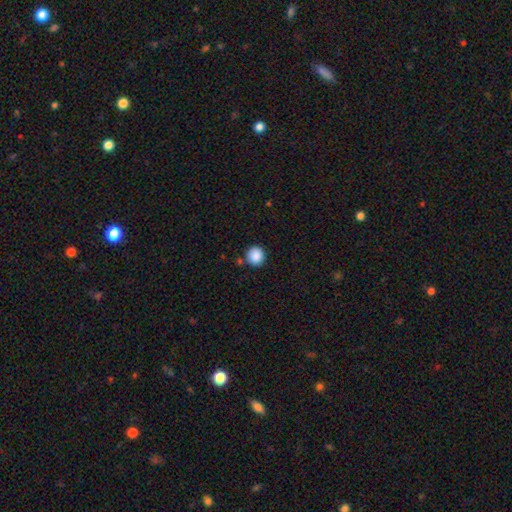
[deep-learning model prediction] Smooth or featured?
  - smooth: 88% *
  - star or artifact: 9%
  - featured or disk: 3%
How rounded?
  - round: 91% *
  - in between: 8%
  - cigar-shaped: 1%
Merging?
  - none: 83% *
  - minor disturbance: 9%
  - merger: 5%
  - major disturbance: 2%